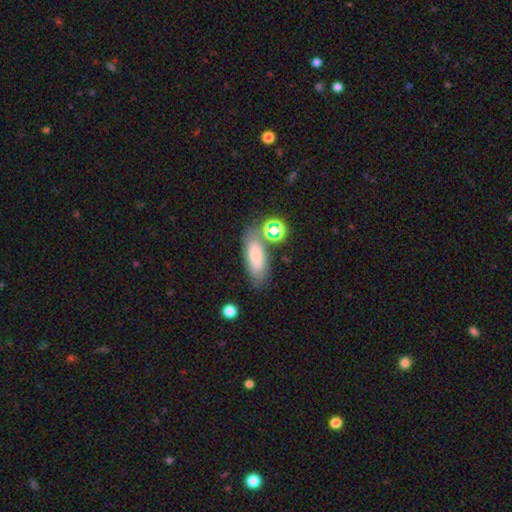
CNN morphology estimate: smooth-or-featured: smooth: 71% | featured or disk: 16% | star or artifact: 13%
  how-rounded: in between: 72% | cigar-shaped: 23% | round: 5%
  merging: none: 64% | minor disturbance: 17% | merger: 13% | major disturbance: 6%